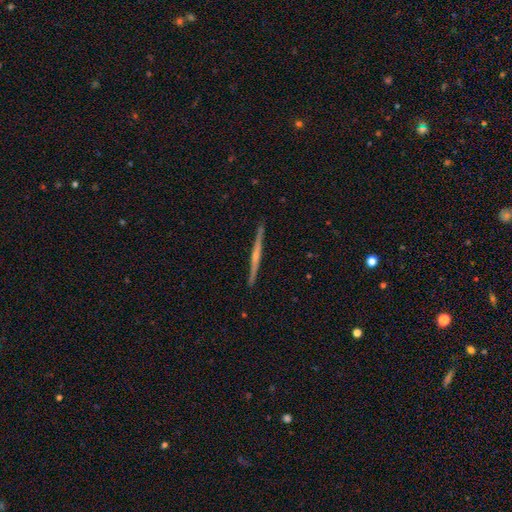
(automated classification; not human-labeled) Smooth or featured: featured or disk — 68% (smooth — 20%)
Edge-on disk: yes — 96% (no — 4%)
Edge-on bulge: rounded — 58% (none — 32%)
Merging: none — 89% (minor disturbance — 7%)